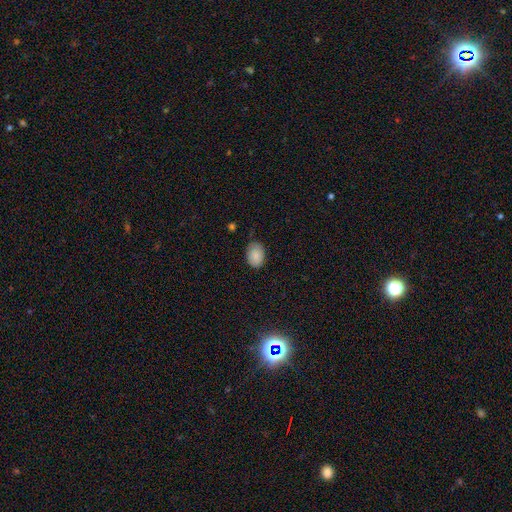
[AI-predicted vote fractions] Smooth or featured: smooth — 86% (star or artifact — 7%)
How rounded: in between — 81% (round — 18%)
Merging: none — 76% (minor disturbance — 20%)